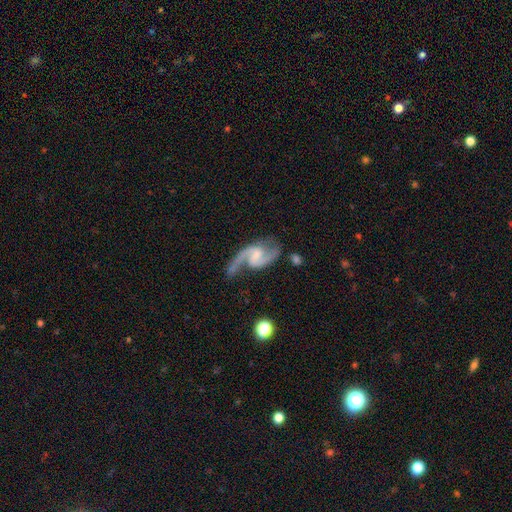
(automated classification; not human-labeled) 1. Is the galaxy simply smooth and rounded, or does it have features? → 91% featured or disk, 5% smooth, 4% star or artifact.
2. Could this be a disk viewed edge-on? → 98% no, 2% yes.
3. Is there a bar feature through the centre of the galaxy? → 54% weak, 26% no, 21% strong.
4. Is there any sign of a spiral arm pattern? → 97% yes, 3% no.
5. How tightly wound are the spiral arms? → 47% loose, 44% medium, 9% tight.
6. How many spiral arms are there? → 91% 2, 4% 1, 2% can't tell, 1% 3, 1% 4, 1% more than 4.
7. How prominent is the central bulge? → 45% small, 28% none, 24% moderate, 3% large, 1% dominant.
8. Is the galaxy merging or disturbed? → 63% none, 19% minor disturbance, 13% major disturbance, 5% merger.